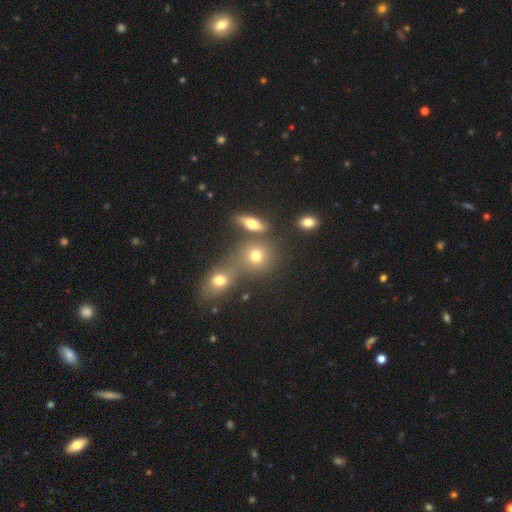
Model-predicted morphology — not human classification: smooth 69%, star or artifact 17%, featured or disk 14%. Down the decision tree: how rounded — round (75%); merging — none (47%).